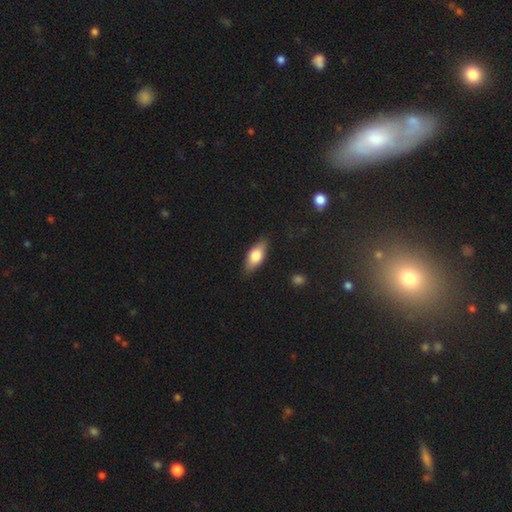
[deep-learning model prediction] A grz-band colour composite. It shows a smooth galaxy with no disk features (71%) that is in between round and cigar-shaped (80%). Merging: none (84%).